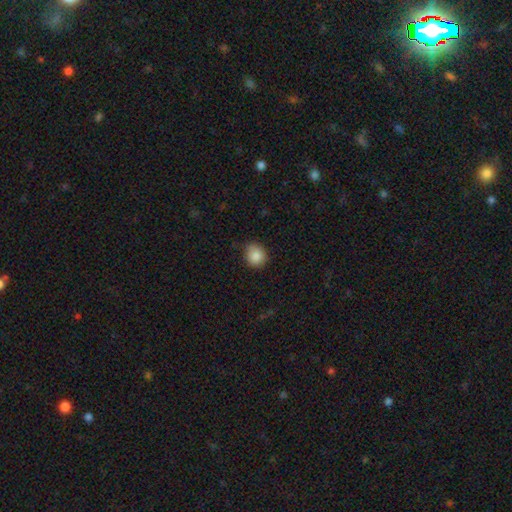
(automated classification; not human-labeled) smooth-or-featured: smooth: 87% | star or artifact: 9% | featured or disk: 4%
  how-rounded: round: 83% | in between: 16% | cigar-shaped: 1%
  merging: none: 77% | minor disturbance: 19% | major disturbance: 3% | merger: 1%